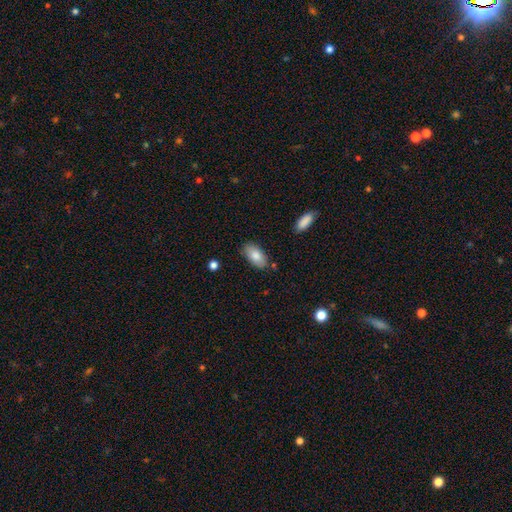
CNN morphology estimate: smooth-or-featured: smooth: 83% | featured or disk: 11% | star or artifact: 6%
  how-rounded: in between: 94% | cigar-shaped: 4% | round: 2%
  merging: none: 82% | minor disturbance: 13% | merger: 3% | major disturbance: 3%